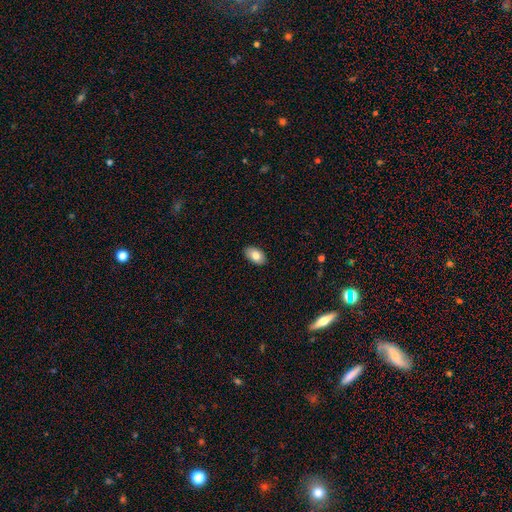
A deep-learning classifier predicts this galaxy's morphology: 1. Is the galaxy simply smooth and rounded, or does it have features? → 81% smooth, 12% featured or disk, 7% star or artifact.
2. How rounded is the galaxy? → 92% in between, 6% round, 1% cigar-shaped.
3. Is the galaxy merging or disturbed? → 89% none, 8% minor disturbance, 2% major disturbance, 1% merger.